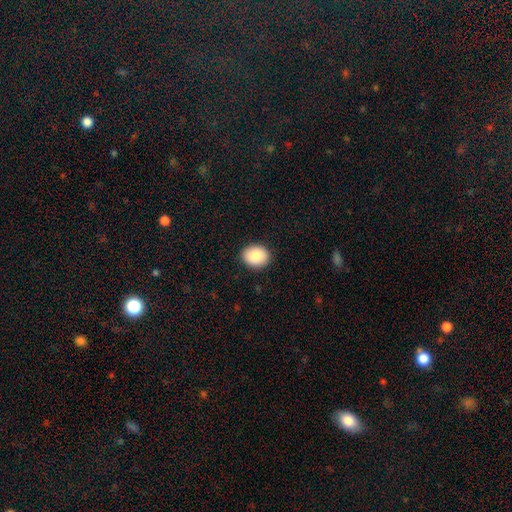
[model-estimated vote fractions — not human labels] Smooth or featured? Predicted: smooth (p=0.86). How rounded? Predicted: round (p=0.54). Merging? Predicted: none (p=0.91).